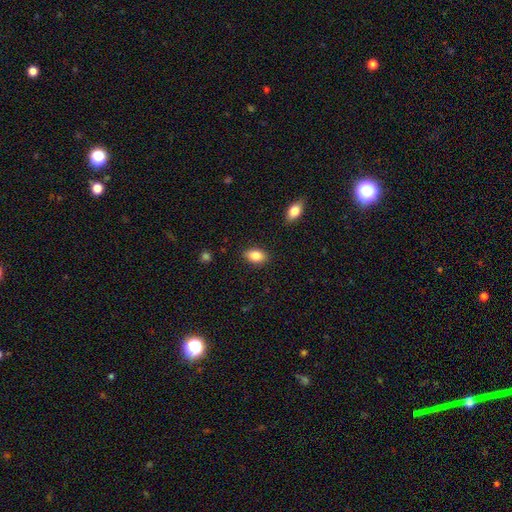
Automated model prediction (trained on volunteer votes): Overall: smooth (83%). How rounded: in between (86%). Merging: none (87%).